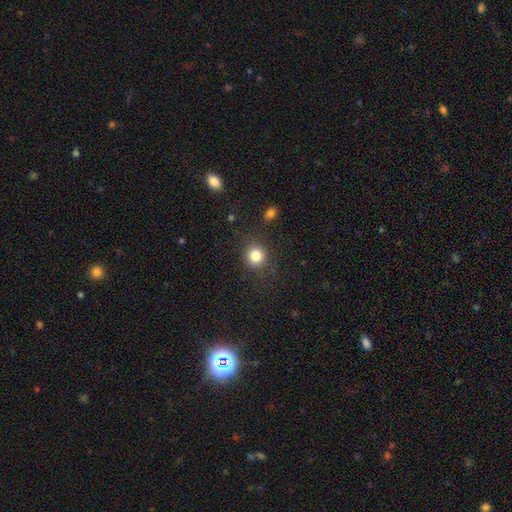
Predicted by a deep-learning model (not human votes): smooth 83%, star or artifact 11%, featured or disk 5%. Down the decision tree: how rounded — round (87%); merging — none (83%).